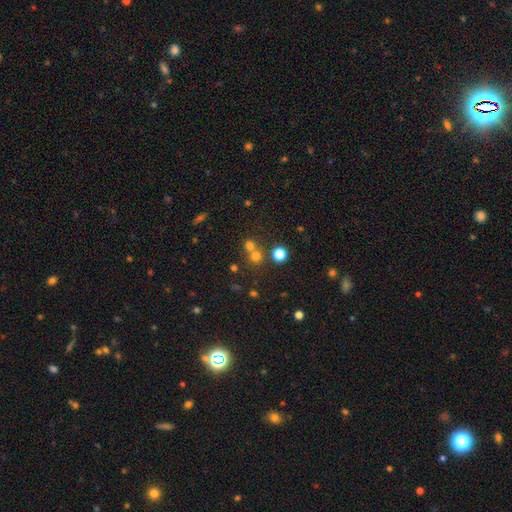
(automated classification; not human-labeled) A smooth galaxy with no disk features (67%) that is round (89%).

Vote fractions:
- Smooth or featured? smooth: 67% / star or artifact: 23% / featured or disk: 10%
- How rounded? round: 89% / in between: 10% / cigar-shaped: 1%
- Merging? none: 55% / merger: 37% / minor disturbance: 6% / major disturbance: 3%